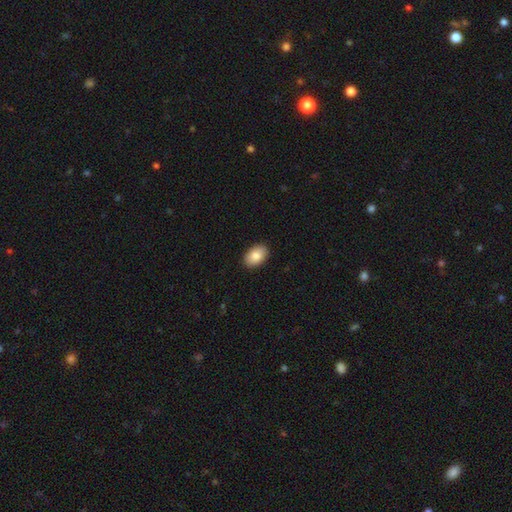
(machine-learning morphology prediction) smooth_or_featured: smooth (p=0.86) [alt: featured or disk p=0.07]
how_rounded: in between (p=0.90) [alt: round p=0.09]
merging: none (p=0.90) [alt: minor disturbance p=0.07]